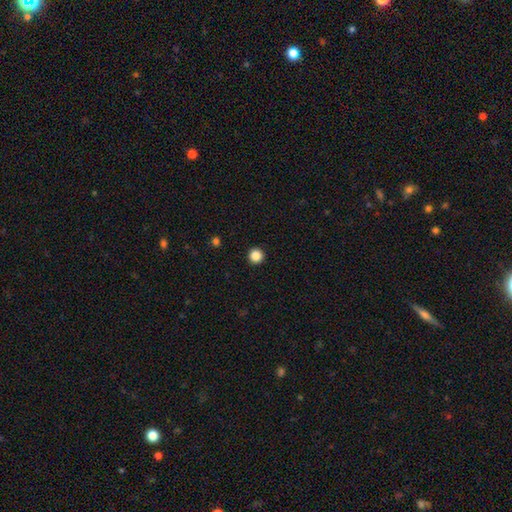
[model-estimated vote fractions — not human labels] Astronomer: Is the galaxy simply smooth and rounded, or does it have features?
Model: smooth — 86%.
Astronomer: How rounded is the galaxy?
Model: round — 96%.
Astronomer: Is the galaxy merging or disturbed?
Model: none — 94%.